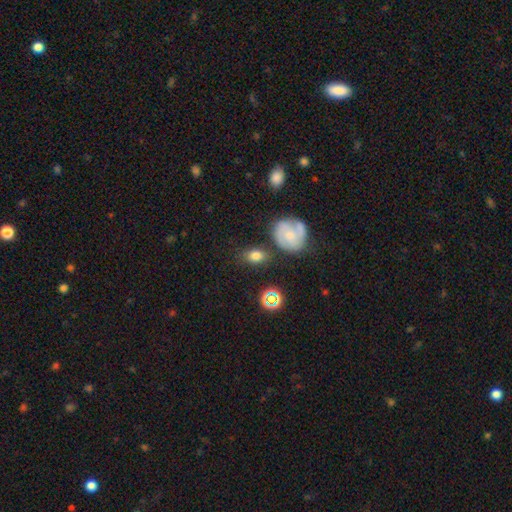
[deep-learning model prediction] Smooth or featured? smooth (74%)
How rounded? in between (73%)
Merging? none (72%)